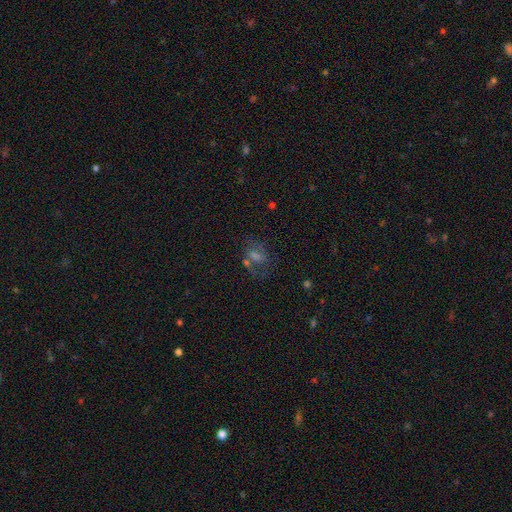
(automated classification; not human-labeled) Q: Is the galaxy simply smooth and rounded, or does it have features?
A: featured or disk — 42%.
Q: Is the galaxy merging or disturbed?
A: none — 54%.